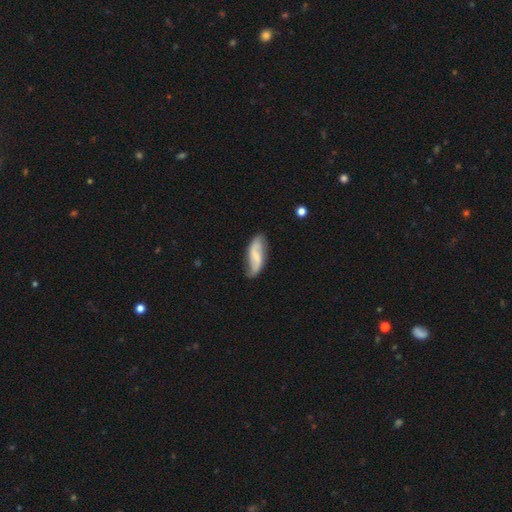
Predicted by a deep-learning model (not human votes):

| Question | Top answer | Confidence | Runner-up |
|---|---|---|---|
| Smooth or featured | featured or disk | 61% | smooth (33%) |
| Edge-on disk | no | 93% | yes (7%) |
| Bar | weak | 44% | no (33%) |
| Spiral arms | yes | 91% | no (9%) |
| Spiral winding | loose | 69% | medium (22%) |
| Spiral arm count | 2 | 89% | can't tell (5%) |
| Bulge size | none | 42% | small (35%) |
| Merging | none | 73% | minor disturbance (20%) |